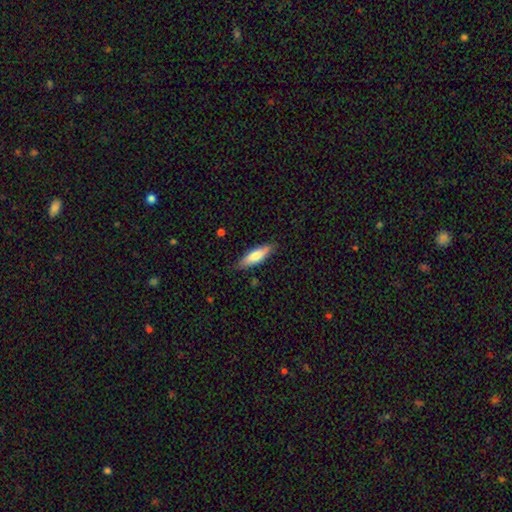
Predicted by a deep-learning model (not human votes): smooth_or_featured: smooth (p=0.74) [alt: featured or disk p=0.20]
how_rounded: cigar-shaped (p=0.53) [alt: in between p=0.46]
merging: none (p=0.81) [alt: minor disturbance p=0.15]